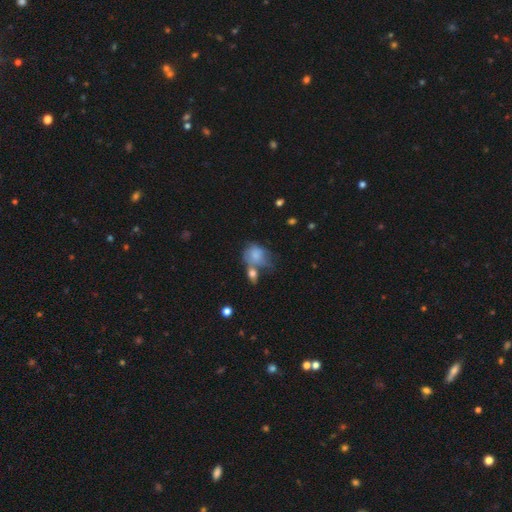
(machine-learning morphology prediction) smooth_or_featured: smooth (p=0.68) [alt: featured or disk p=0.22]
how_rounded: in between (p=0.60) [alt: round p=0.38]
merging: merger (p=0.31) [alt: none p=0.26]